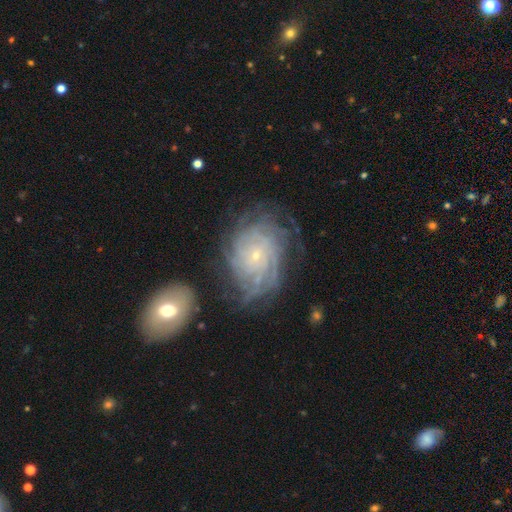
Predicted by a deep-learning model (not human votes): Q: Smooth or featured?
A: featured or disk (84%); runner-up: smooth (9%)
Q: Edge-on disk?
A: no (97%); runner-up: yes (3%)
Q: Bar?
A: no (79%); runner-up: weak (17%)
Q: Spiral arms?
A: yes (95%); runner-up: no (5%)
Q: Spiral winding?
A: tight (76%); runner-up: medium (19%)
Q: Spiral arm count?
A: can't tell (33%); runner-up: 4 (22%)
Q: Bulge size?
A: small (86%); runner-up: moderate (10%)
Q: Merging?
A: none (65%); runner-up: minor disturbance (19%)